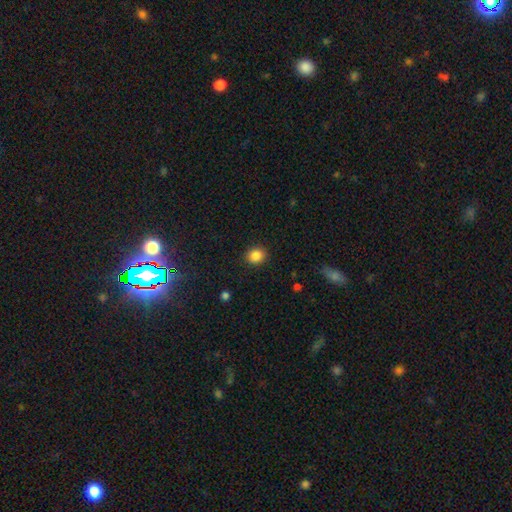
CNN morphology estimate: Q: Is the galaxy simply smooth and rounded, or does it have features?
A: smooth — 87%.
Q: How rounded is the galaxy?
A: round — 79%.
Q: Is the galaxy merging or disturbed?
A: none — 90%.